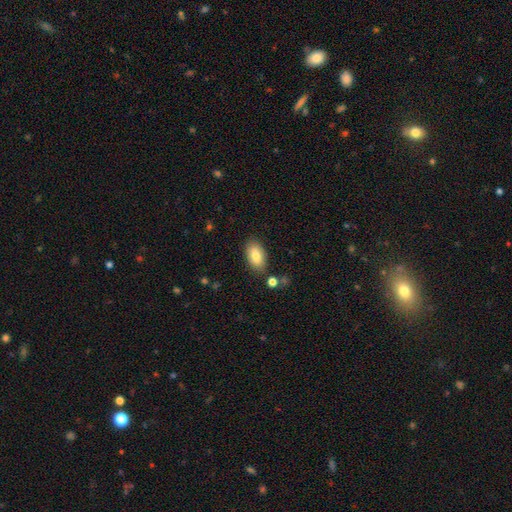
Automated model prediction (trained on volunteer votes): smooth 81%, featured or disk 12%, star or artifact 7%. Down the decision tree: how rounded — in between (93%); merging — none (82%).